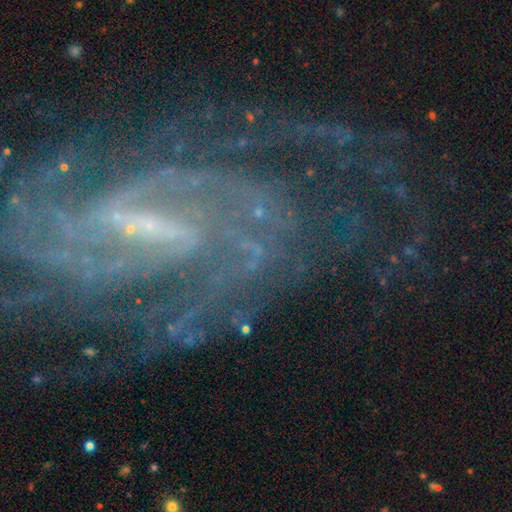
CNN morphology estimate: This appears to be a featured or disk galaxy (90%) with a strong bar (45%), 2 (39%) medium (46%) spiral arms (98%) and a small central bulge (71%). Merging: none (63%).